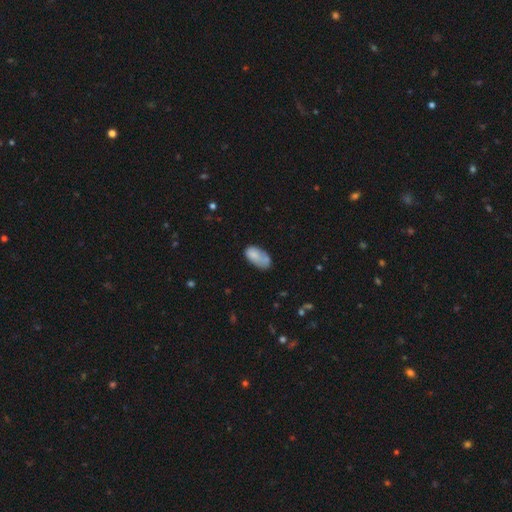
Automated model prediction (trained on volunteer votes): Morphology: type=smooth (77%); roundness=in between (93%); merging=none (41%).